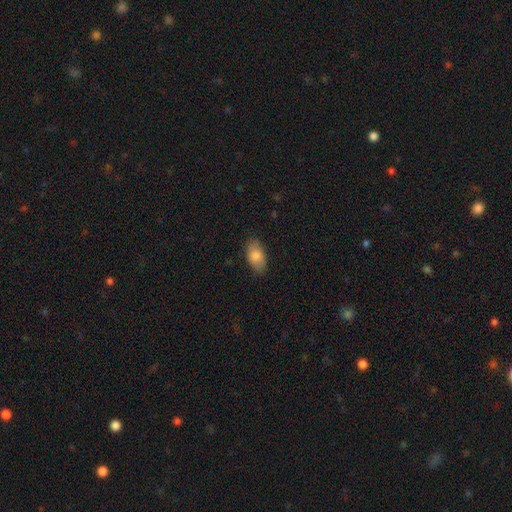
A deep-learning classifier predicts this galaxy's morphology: Smooth or featured: smooth — 81% (featured or disk — 12%)
How rounded: in between — 93% (round — 5%)
Merging: none — 81% (minor disturbance — 15%)